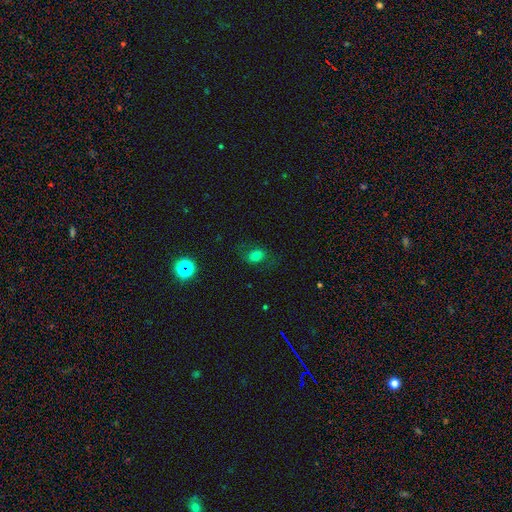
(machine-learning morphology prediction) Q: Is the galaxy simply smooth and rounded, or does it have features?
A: smooth — 69%.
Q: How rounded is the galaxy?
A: in between — 68%.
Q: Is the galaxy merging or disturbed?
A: none — 70%.